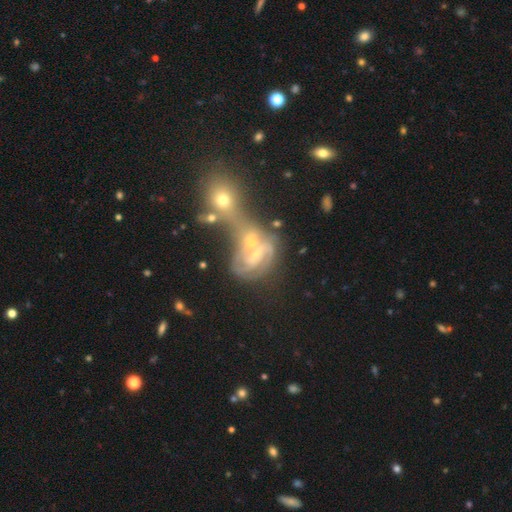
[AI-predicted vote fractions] This is likely a featured or disk galaxy (75%). It is clearly not viewed edge-on (96%). Bar: marginally weak (43%). Spiral arm pattern: clearly yes (87%). Spiral arm count: marginally 2 (39%). Spiral winding: possibly tight (45%). Central bulge: possibly small (59%). Merging: possibly merger (57%).